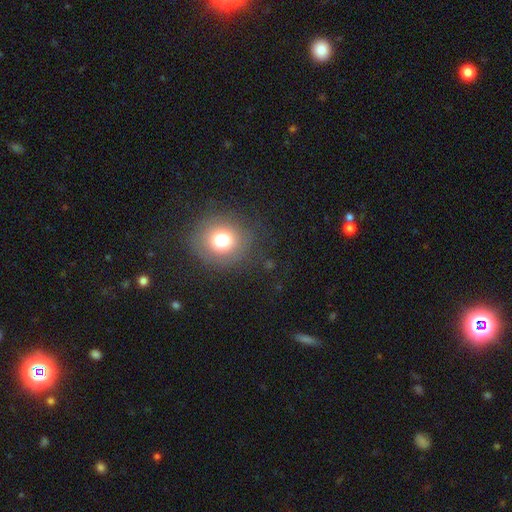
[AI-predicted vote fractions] A smooth galaxy with no disk features (66%) that is round (88%). Merging: none (88%).